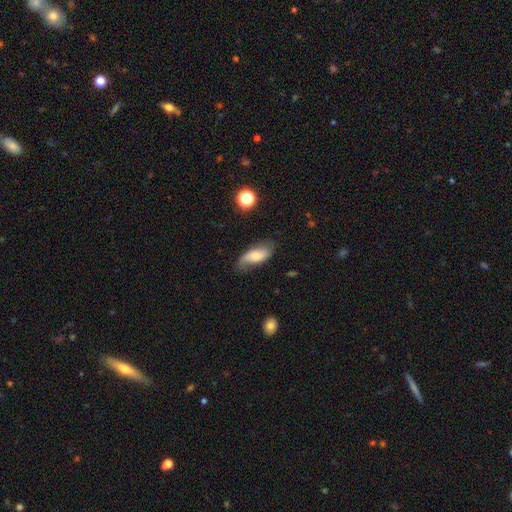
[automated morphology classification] smooth-or-featured: smooth: 56% | featured or disk: 35% | star or artifact: 8%
  how-rounded: in between: 80% | cigar-shaped: 17% | round: 3%
  merging: none: 62% | minor disturbance: 27% | major disturbance: 9% | merger: 2%